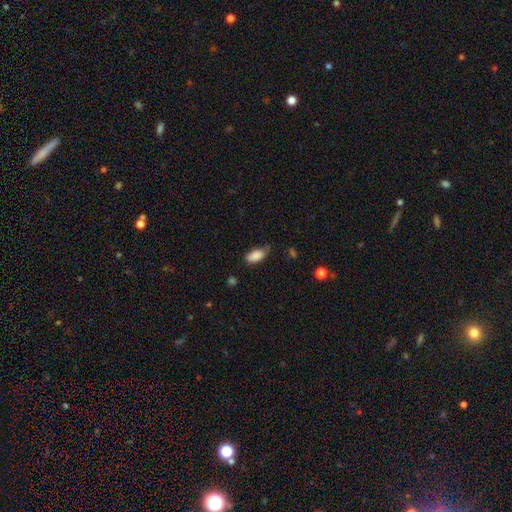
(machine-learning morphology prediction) Smooth or featured? smooth (87%)
How rounded? in between (91%)
Merging? none (58%)